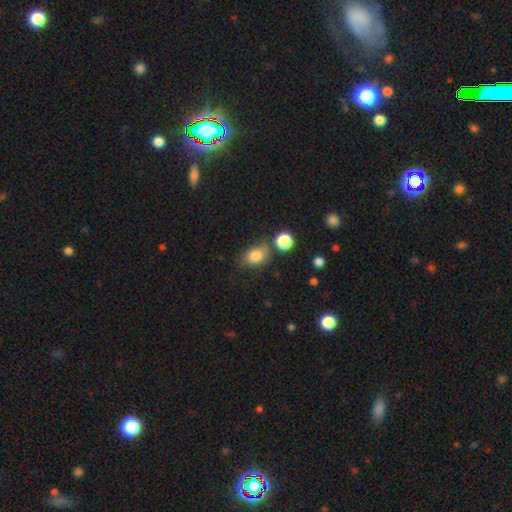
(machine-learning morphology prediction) This is clearly a smooth galaxy (81%). How rounded: likely in between (71%). Merging: possibly none (59%).